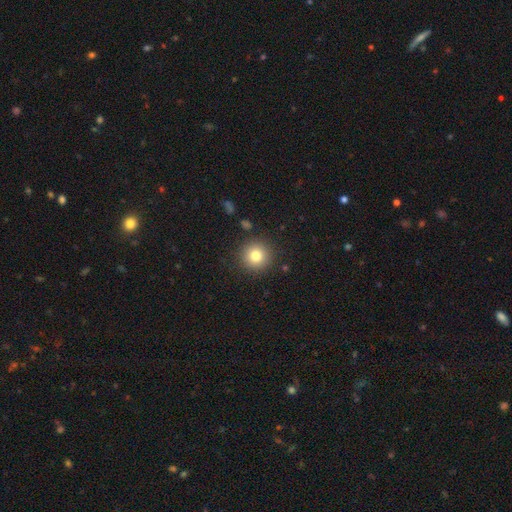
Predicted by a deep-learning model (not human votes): Overall: smooth (80%). How rounded: round (95%). Merging: none (89%).